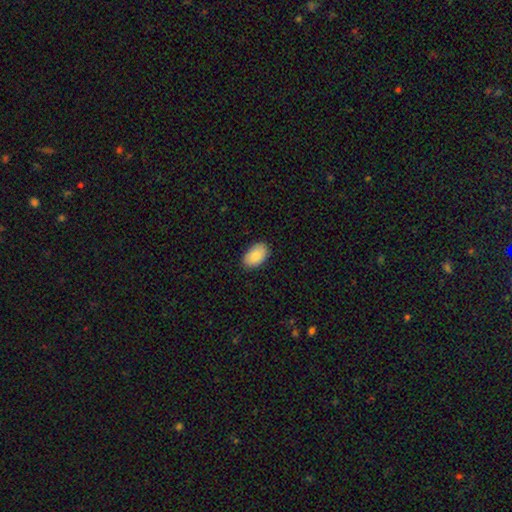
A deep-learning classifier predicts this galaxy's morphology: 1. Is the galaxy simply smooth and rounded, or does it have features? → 87% smooth, 7% featured or disk, 6% star or artifact.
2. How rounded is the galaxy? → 93% in between, 6% round, 1% cigar-shaped.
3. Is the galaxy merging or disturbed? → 87% none, 10% minor disturbance, 2% major disturbance, 1% merger.